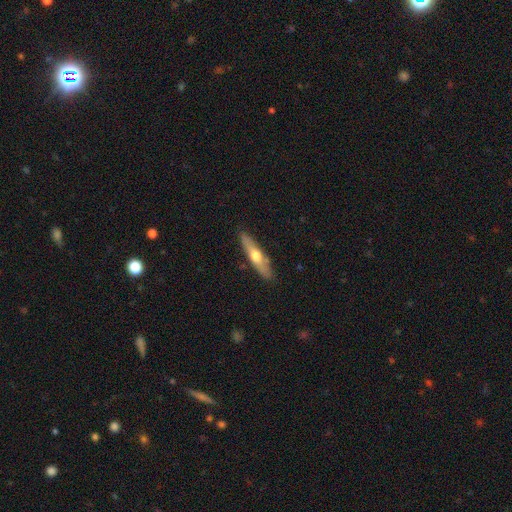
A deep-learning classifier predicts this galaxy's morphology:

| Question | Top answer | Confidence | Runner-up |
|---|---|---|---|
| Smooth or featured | featured or disk | 50% | smooth (45%) |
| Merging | none | 86% | minor disturbance (10%) |